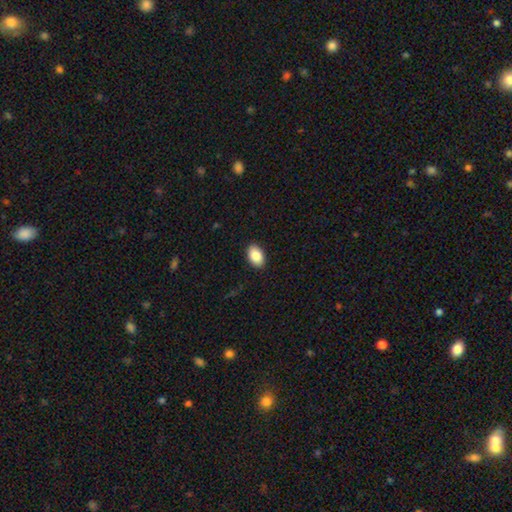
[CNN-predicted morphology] This appears to be a smooth galaxy with no disk features (86%) that is in between round and cigar-shaped (90%). Merging: none (90%).